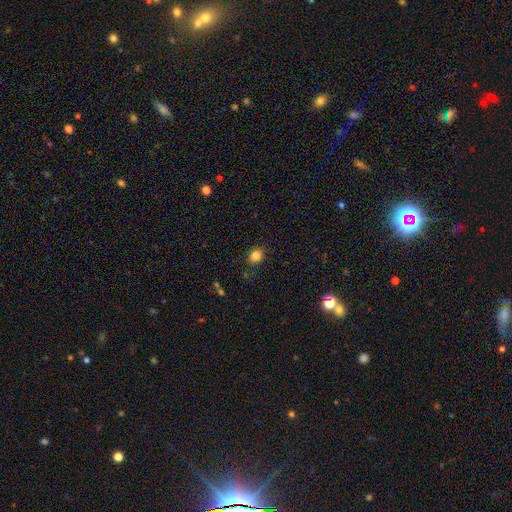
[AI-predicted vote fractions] Smooth or featured: smooth — 84% (star or artifact — 12%)
How rounded: round — 74% (in between — 25%)
Merging: none — 85% (minor disturbance — 11%)